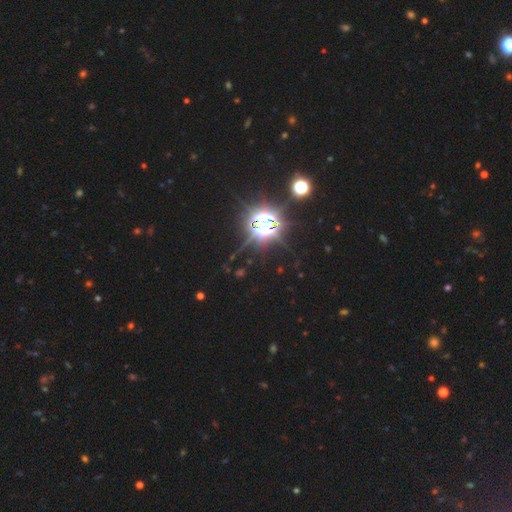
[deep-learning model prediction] This appears to be a star or artifact, not a galaxy (83%).